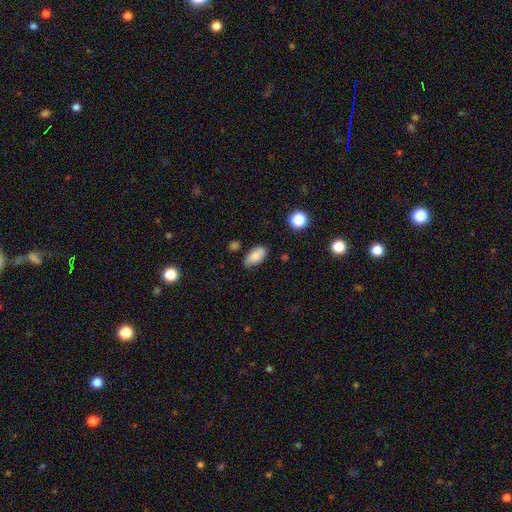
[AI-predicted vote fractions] Smooth or featured? smooth (81%)
How rounded? in between (92%)
Merging? none (70%)